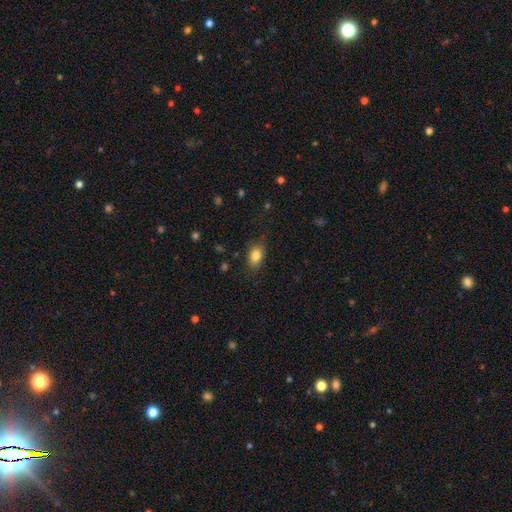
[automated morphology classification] smooth-or-featured: smooth: 84% | star or artifact: 8% | featured or disk: 8%
  how-rounded: in between: 82% | round: 16% | cigar-shaped: 2%
  merging: none: 80% | minor disturbance: 15% | major disturbance: 4% | merger: 1%